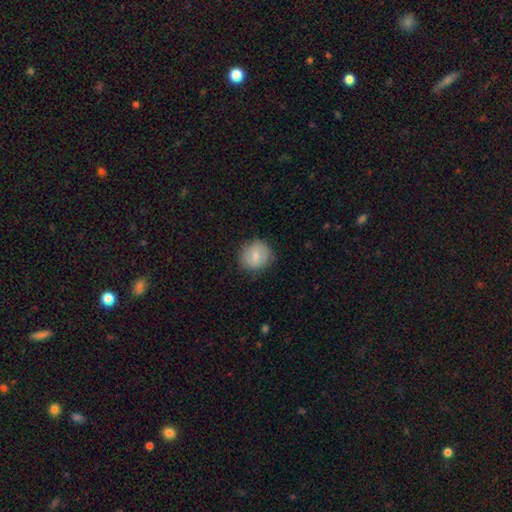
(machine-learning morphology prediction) This appears to be a smooth galaxy with no disk features (72%) that is round (85%). Merging: none (84%).